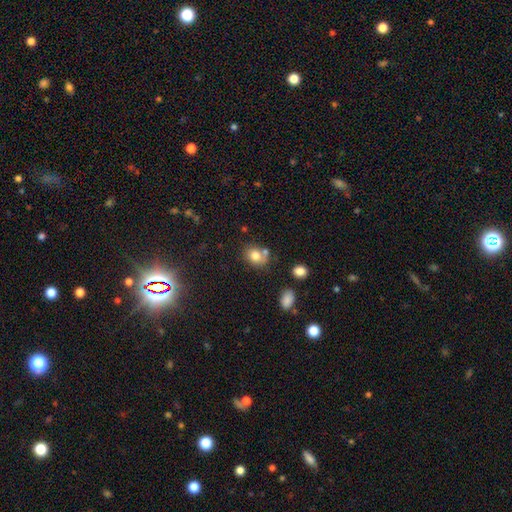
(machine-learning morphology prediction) This appears to be a smooth galaxy with no disk features (79%) that is round (53%). Merging: none (56%).